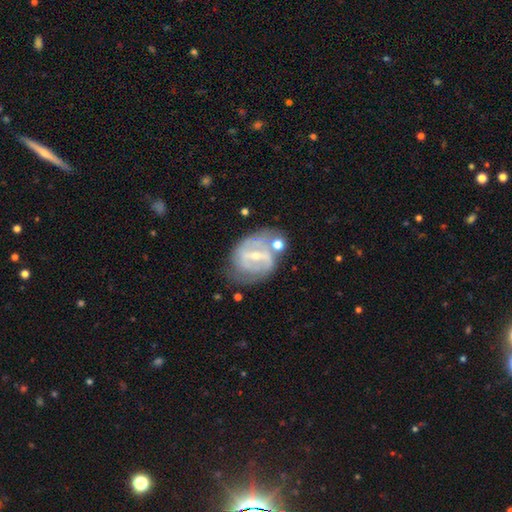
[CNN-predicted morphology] This is clearly a featured or disk galaxy (81%). It is clearly not viewed edge-on (95%). Bar: possibly strong (55%). Spiral arm pattern: likely yes (77%). Spiral arm count: likely 2 (66%). Spiral winding: marginally medium (40%, tied with tight). Central bulge: likely small (64%). Merging: possibly none (55%).